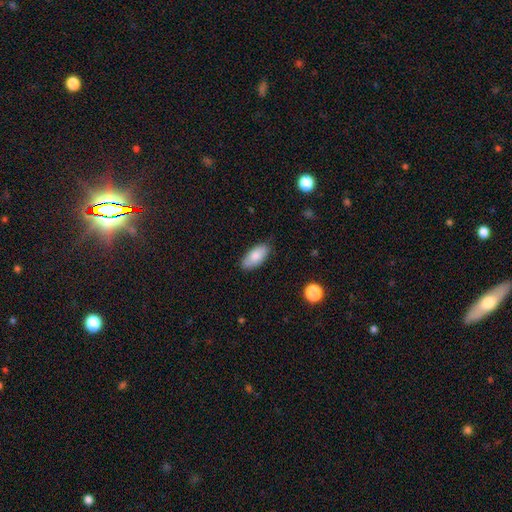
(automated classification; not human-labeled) This is clearly a smooth galaxy (82%). How rounded: clearly in between (90%). Merging: clearly none (81%).